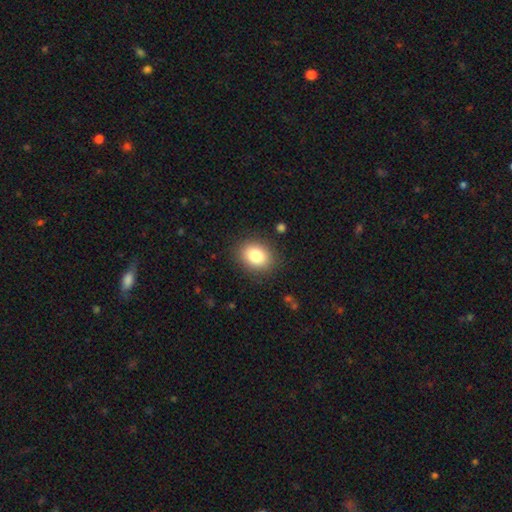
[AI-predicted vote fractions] Smooth or featured?
  - smooth: 85% *
  - star or artifact: 9%
  - featured or disk: 7%
How rounded?
  - in between: 62% *
  - round: 37%
  - cigar-shaped: 1%
Merging?
  - none: 87% *
  - minor disturbance: 9%
  - major disturbance: 3%
  - merger: 1%